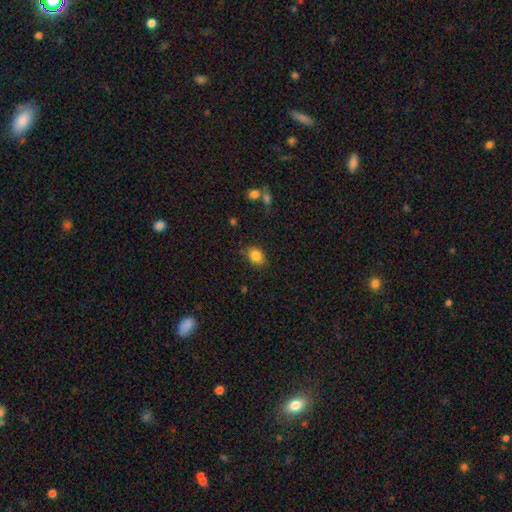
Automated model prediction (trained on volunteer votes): Smooth or featured?
  - smooth: 85% *
  - star or artifact: 9%
  - featured or disk: 6%
How rounded?
  - in between: 62% *
  - round: 37%
  - cigar-shaped: 1%
Merging?
  - none: 80% *
  - minor disturbance: 15%
  - major disturbance: 4%
  - merger: 2%